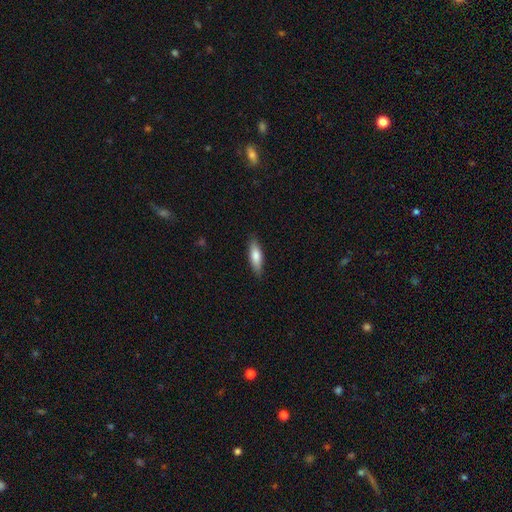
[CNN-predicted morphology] Smooth or featured: smooth — 76% (featured or disk — 18%)
How rounded: cigar-shaped — 51% (in between — 47%)
Merging: none — 87% (minor disturbance — 10%)